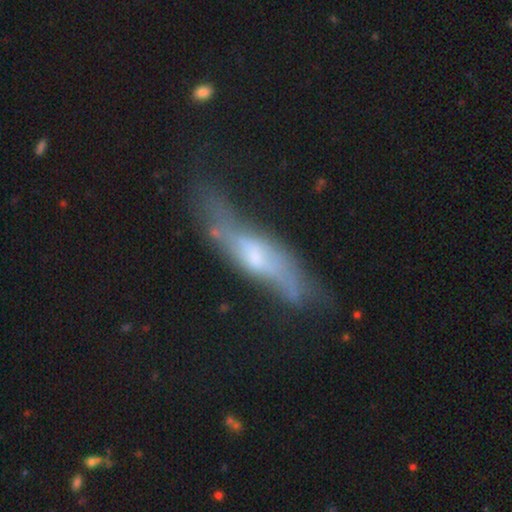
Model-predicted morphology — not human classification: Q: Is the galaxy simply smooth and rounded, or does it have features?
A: featured or disk — 62%.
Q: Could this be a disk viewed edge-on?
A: yes — 56%.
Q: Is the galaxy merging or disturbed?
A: none — 48%.